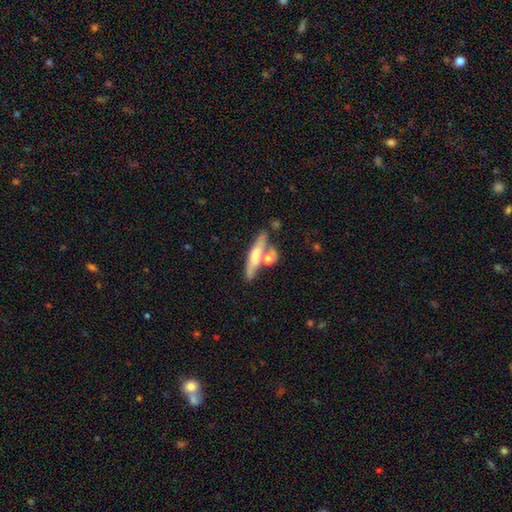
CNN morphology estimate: A smooth galaxy with no disk features (53%) that is cigar-shaped (72%).

Vote fractions:
- Smooth or featured? smooth: 53% / featured or disk: 39% / star or artifact: 7%
- How rounded? cigar-shaped: 72% / in between: 22% / round: 6%
- Merging? none: 51% / merger: 26% / minor disturbance: 15% / major disturbance: 7%